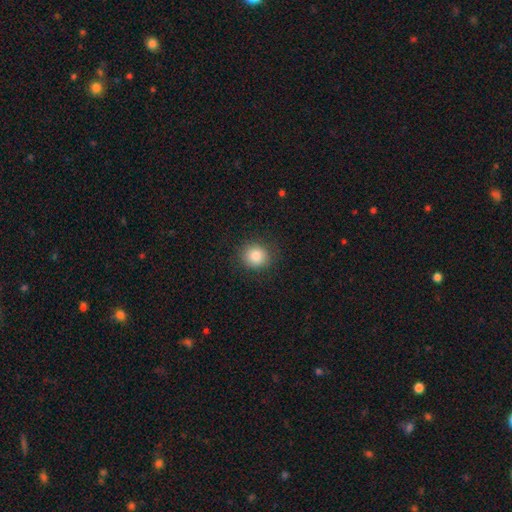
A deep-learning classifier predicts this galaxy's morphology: Smooth or featured?
  - smooth: 84% *
  - star or artifact: 10%
  - featured or disk: 6%
How rounded?
  - round: 87% *
  - in between: 12%
  - cigar-shaped: 1%
Merging?
  - none: 88% *
  - minor disturbance: 8%
  - major disturbance: 3%
  - merger: 1%